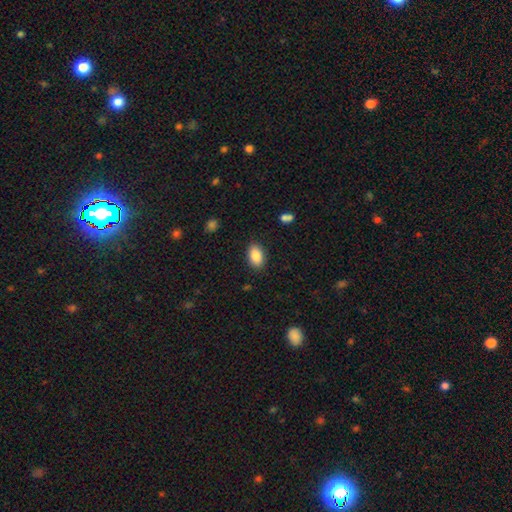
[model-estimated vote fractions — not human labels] Smooth or featured? smooth (88%)
How rounded? in between (91%)
Merging? none (87%)